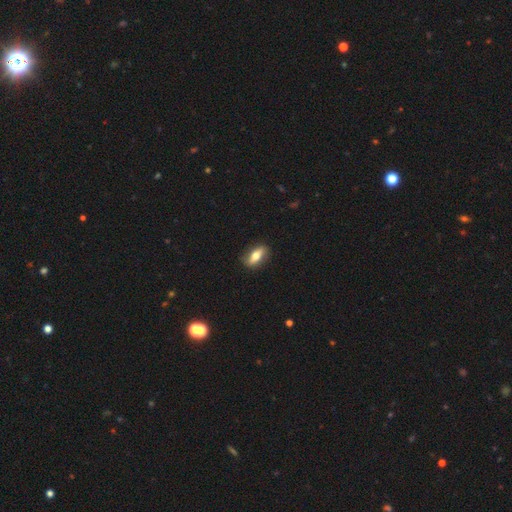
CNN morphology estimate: A smooth galaxy with no disk features (58%) that is in between round and cigar-shaped (79%).

Vote fractions:
- Smooth or featured? smooth: 58% / featured or disk: 35% / star or artifact: 7%
- How rounded? in between: 79% / cigar-shaped: 14% / round: 7%
- Merging? none: 82% / minor disturbance: 14% / major disturbance: 3% / merger: 1%